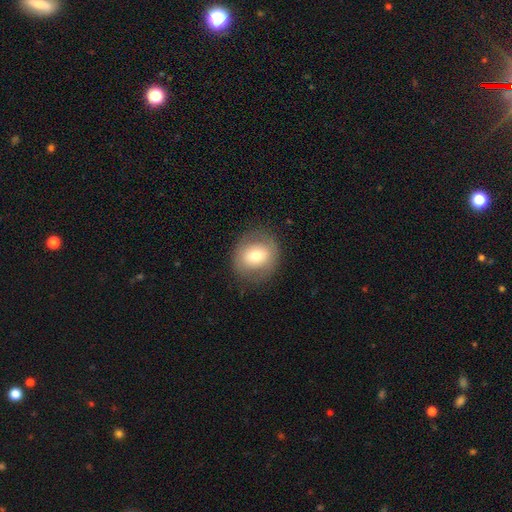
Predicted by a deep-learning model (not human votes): Smooth or featured? Predicted: smooth (p=0.66). How rounded? Predicted: round (p=0.71). Merging? Predicted: none (p=0.82).